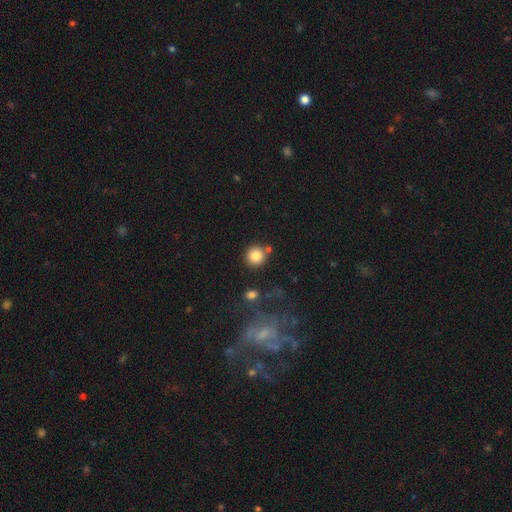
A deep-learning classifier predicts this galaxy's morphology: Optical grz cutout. It shows a smooth galaxy with no disk features (84%) that is round (93%). Merging: none (80%).